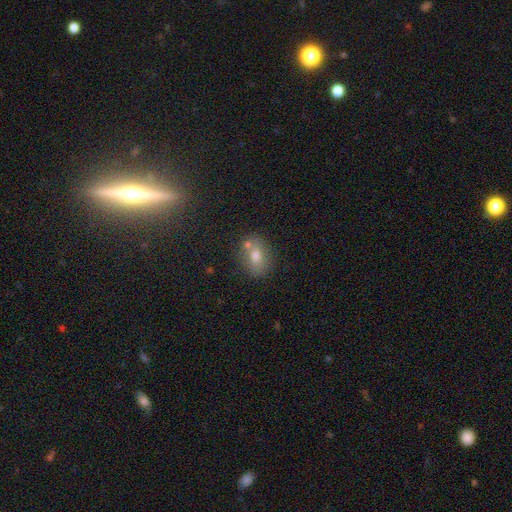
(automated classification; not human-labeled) Smooth or featured? smooth (69%)
How rounded? in between (54%)
Merging? none (67%)